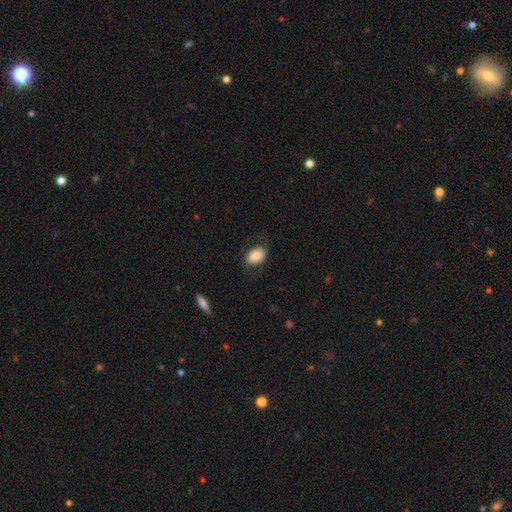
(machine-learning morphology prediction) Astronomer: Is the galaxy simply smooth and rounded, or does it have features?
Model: smooth — 75%.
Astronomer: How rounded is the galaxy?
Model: in between — 87%.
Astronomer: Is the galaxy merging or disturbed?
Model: none — 69%.